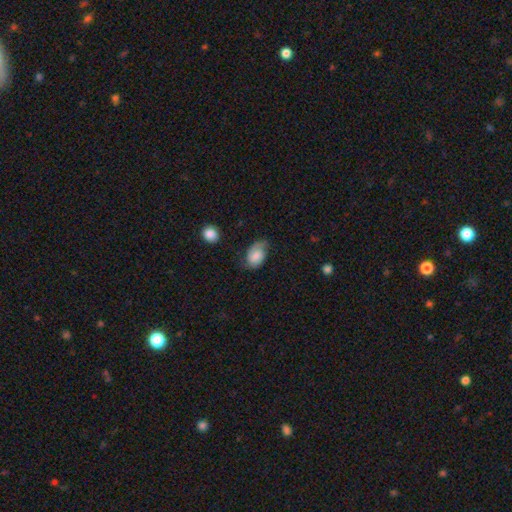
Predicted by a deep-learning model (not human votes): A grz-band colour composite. It shows a smooth galaxy with no disk features (55%) that is in between round and cigar-shaped (85%). Merging: none (51%).